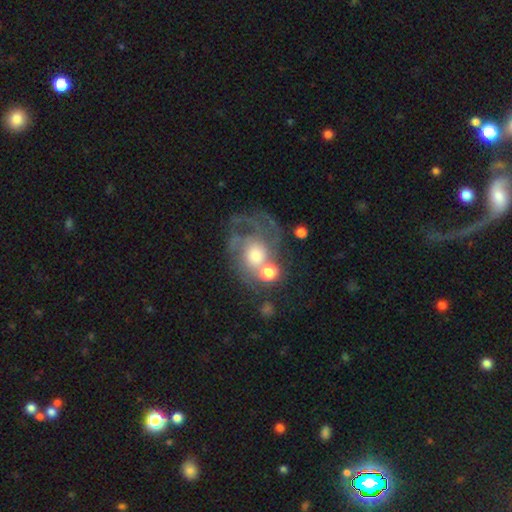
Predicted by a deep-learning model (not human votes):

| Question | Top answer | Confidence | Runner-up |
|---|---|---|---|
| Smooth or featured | featured or disk | 63% | smooth (26%) |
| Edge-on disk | no | 97% | yes (3%) |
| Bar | no | 80% | weak (17%) |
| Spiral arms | yes | 74% | no (26%) |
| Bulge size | moderate | 49% | large (25%) |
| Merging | none | 32% | merger (26%) |